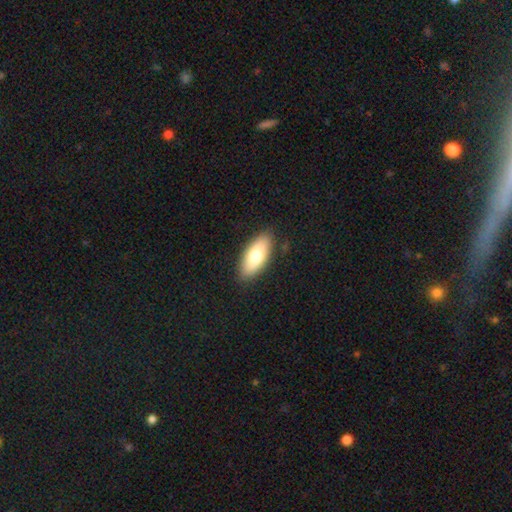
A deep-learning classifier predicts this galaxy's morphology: A smooth galaxy with no disk features (76%) that is in between round and cigar-shaped (85%).

Vote fractions:
- Smooth or featured? smooth: 76% / featured or disk: 18% / star or artifact: 6%
- How rounded? in between: 85% / cigar-shaped: 13% / round: 2%
- Merging? none: 87% / minor disturbance: 10% / major disturbance: 2% / merger: 1%